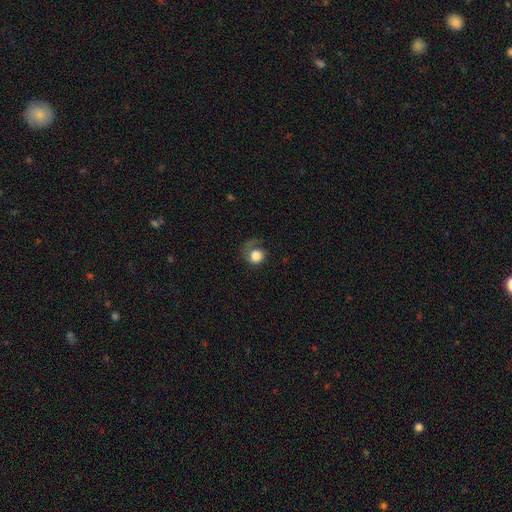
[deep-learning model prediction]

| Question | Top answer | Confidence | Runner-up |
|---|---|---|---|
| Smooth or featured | smooth | 74% | featured or disk (17%) |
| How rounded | round | 81% | in between (18%) |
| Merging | none | 40% | major disturbance (36%) |